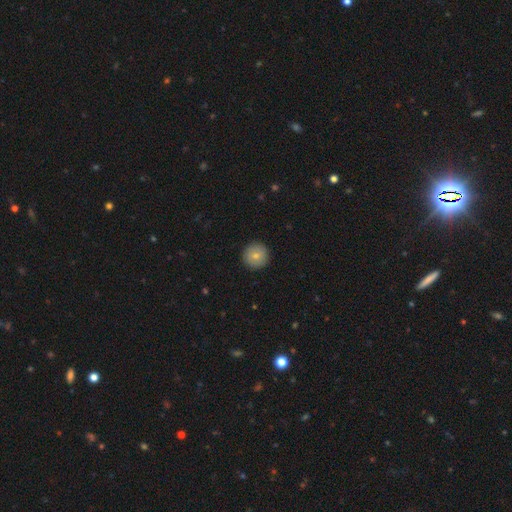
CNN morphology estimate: Overall: smooth (77%). How rounded: round (96%). Merging: none (92%).